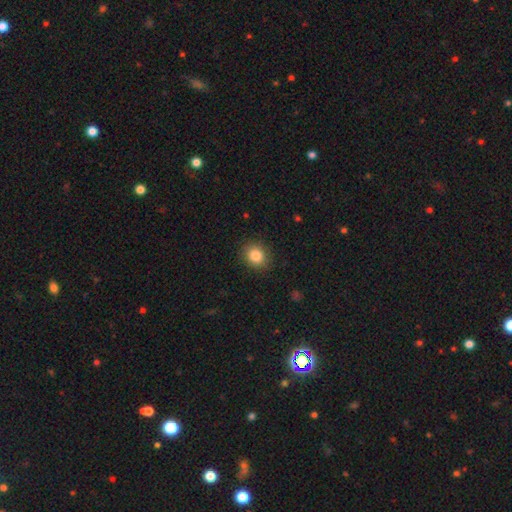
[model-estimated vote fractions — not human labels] A smooth galaxy with no disk features (84%) that is round (71%).

Vote fractions:
- Smooth or featured? smooth: 84% / star or artifact: 10% / featured or disk: 6%
- How rounded? round: 71% / in between: 28% / cigar-shaped: 1%
- Merging? none: 89% / minor disturbance: 8% / major disturbance: 2% / merger: 1%